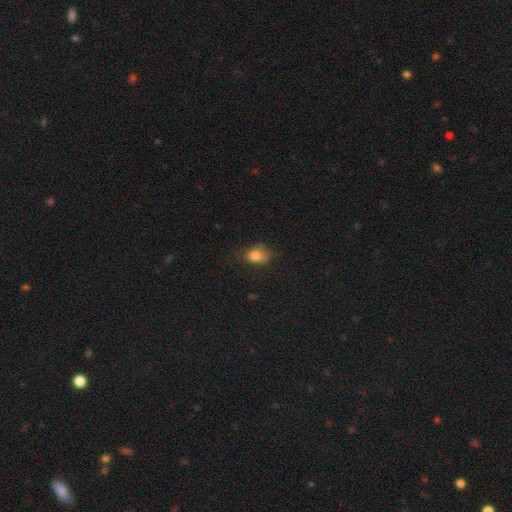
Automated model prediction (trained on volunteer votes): This is likely a smooth galaxy (80%). How rounded: possibly in between (60%). Merging: possibly none (47%).